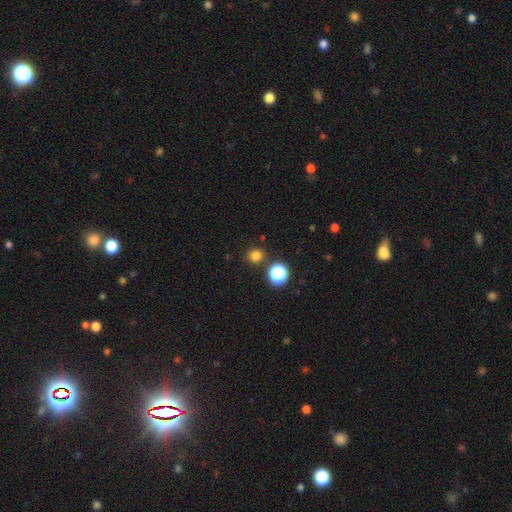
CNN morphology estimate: smooth-or-featured: smooth: 78% | star or artifact: 18% | featured or disk: 4%
  how-rounded: round: 89% | in between: 10% | cigar-shaped: 1%
  merging: none: 86% | minor disturbance: 7% | merger: 5% | major disturbance: 3%